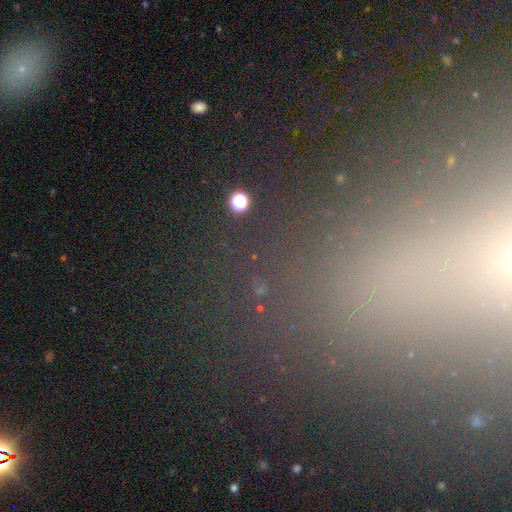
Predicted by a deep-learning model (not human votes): smooth-or-featured: star or artifact: 61% | smooth: 24% | featured or disk: 15%